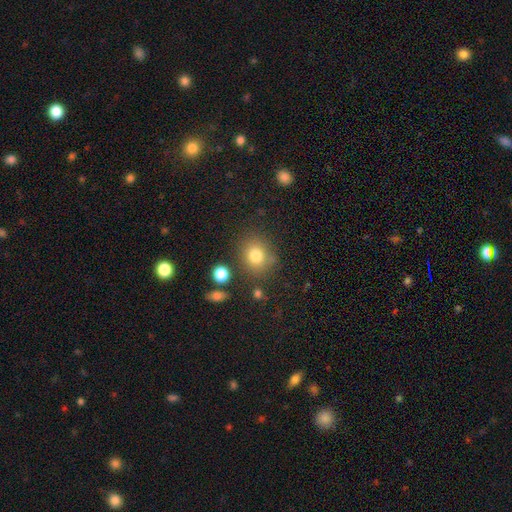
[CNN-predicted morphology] Smooth or featured? smooth (79%)
How rounded? round (72%)
Merging? none (77%)